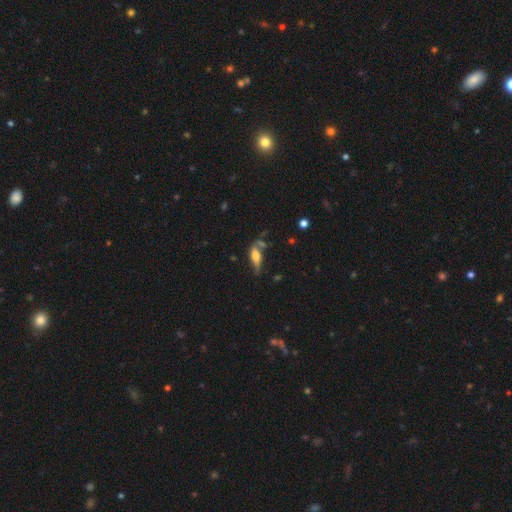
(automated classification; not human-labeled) smooth-or-featured: smooth: 47% | featured or disk: 44% | star or artifact: 8%
  merging: none: 44% | minor disturbance: 26% | merger: 15% | major disturbance: 15%